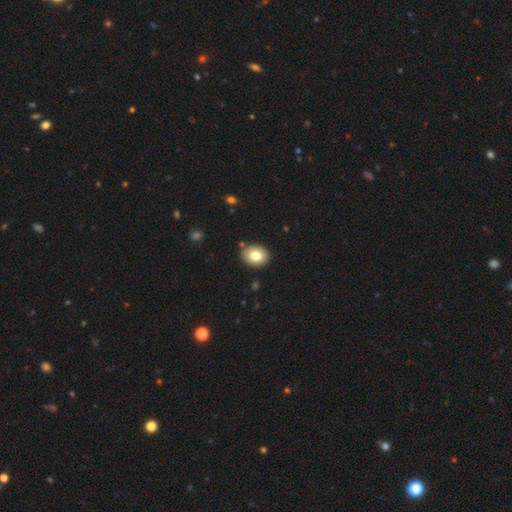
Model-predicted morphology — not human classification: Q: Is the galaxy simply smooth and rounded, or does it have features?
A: smooth — 79%.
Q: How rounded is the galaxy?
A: round — 50%, tied with in between.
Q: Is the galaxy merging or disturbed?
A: none — 87%.